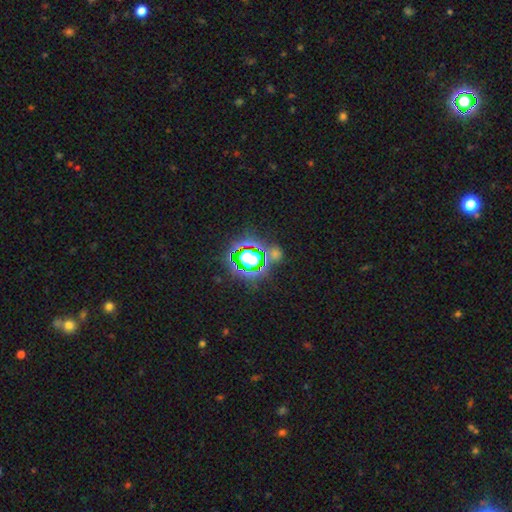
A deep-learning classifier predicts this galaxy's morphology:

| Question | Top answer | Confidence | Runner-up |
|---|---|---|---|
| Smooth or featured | star or artifact | 80% | smooth (13%) |